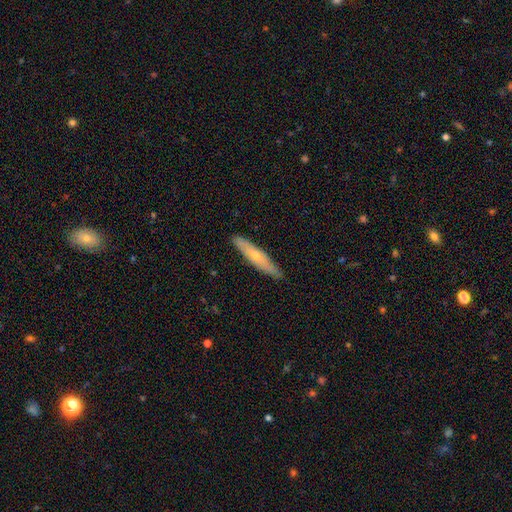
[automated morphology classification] type=smooth (50%); roundness=cigar-shaped (89%); merging=none (88%).